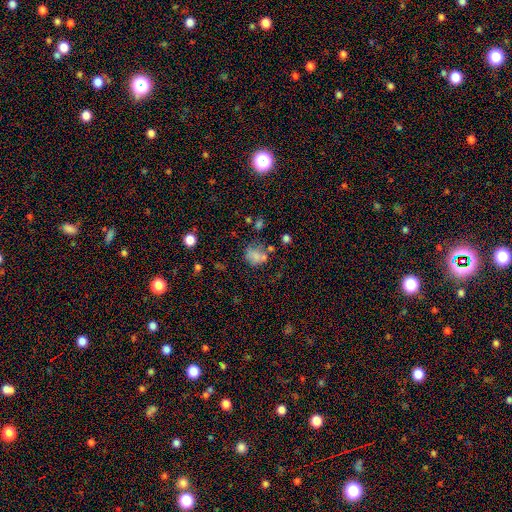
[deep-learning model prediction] This appears to be a smooth galaxy with no disk features (68%) that is round (59%). Merging: none (46%).